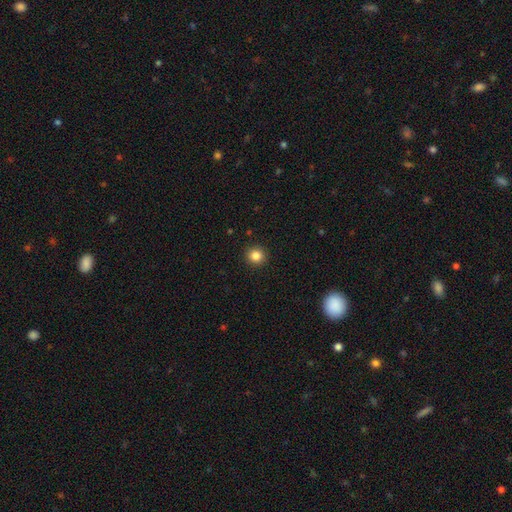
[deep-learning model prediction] smooth-or-featured: smooth: 85% | star or artifact: 11% | featured or disk: 4%
  how-rounded: round: 91% | in between: 8% | cigar-shaped: 1%
  merging: none: 92% | minor disturbance: 6% | major disturbance: 2% | merger: 1%